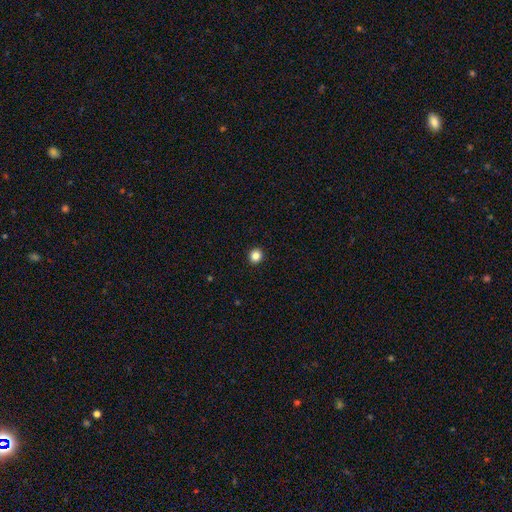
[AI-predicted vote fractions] Overall: smooth (85%). How rounded: round (89%). Merging: none (93%).